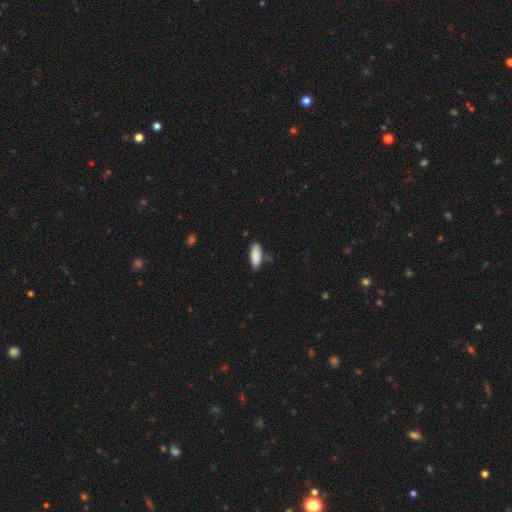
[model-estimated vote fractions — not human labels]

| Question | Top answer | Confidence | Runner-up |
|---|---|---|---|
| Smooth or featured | smooth | 89% | star or artifact (6%) |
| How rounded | in between | 78% | cigar-shaped (20%) |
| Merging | none | 72% | minor disturbance (22%) |